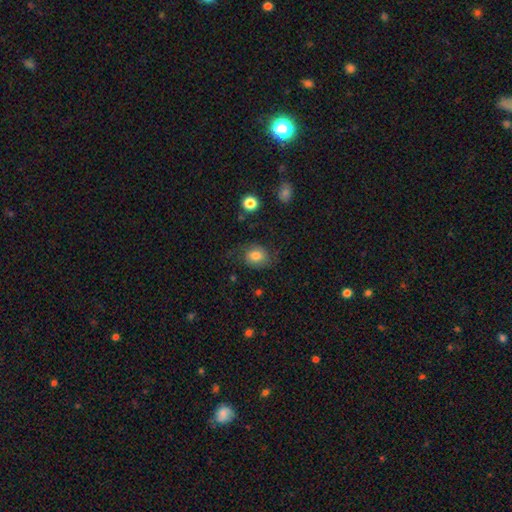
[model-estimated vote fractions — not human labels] Smooth or featured?
  - smooth: 56% *
  - featured or disk: 34%
  - star or artifact: 11%
How rounded?
  - round: 54% *
  - in between: 45%
  - cigar-shaped: 1%
Merging?
  - none: 67% *
  - minor disturbance: 18%
  - major disturbance: 13%
  - merger: 2%